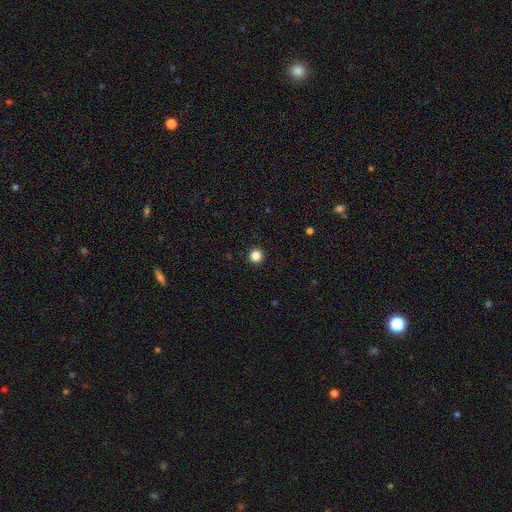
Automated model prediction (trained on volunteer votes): Smooth or featured? smooth (85%)
How rounded? round (96%)
Merging? none (94%)